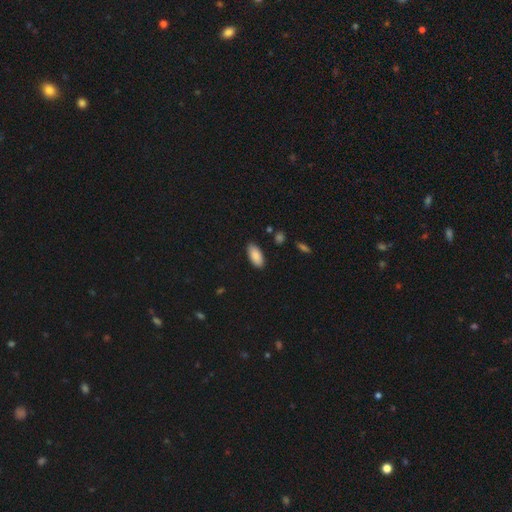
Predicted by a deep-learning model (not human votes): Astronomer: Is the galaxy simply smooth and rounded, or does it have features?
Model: smooth — 88%.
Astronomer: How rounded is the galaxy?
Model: in between — 91%.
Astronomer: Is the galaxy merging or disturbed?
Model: none — 86%.